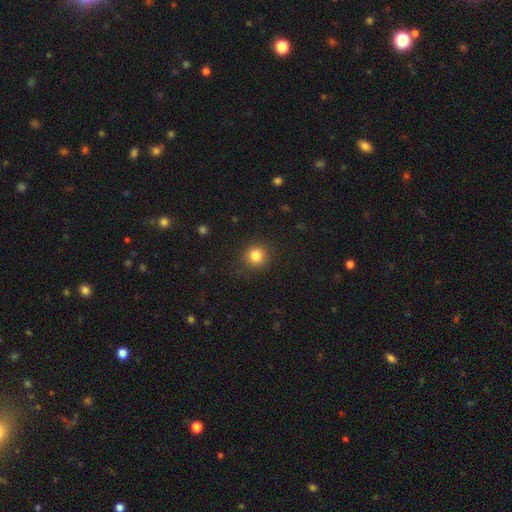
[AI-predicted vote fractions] smooth_or_featured: smooth (p=0.83) [alt: star or artifact p=0.11]
how_rounded: round (p=0.91) [alt: in between p=0.08]
merging: none (p=0.89) [alt: minor disturbance p=0.07]